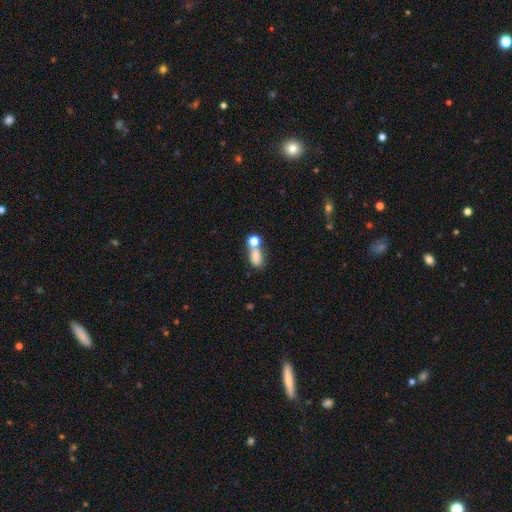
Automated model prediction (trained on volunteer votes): Overall: smooth (76%). How rounded: in between (75%). Merging: merger (44%; none 36%).